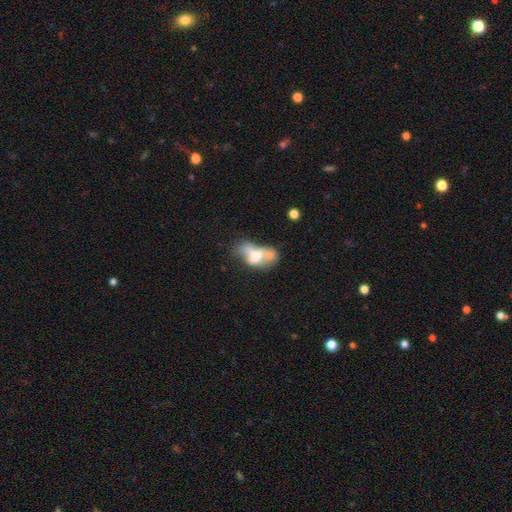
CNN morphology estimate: Overall: smooth (46%; featured or disk 44%). Merging: merger (37%; major disturbance 27%).